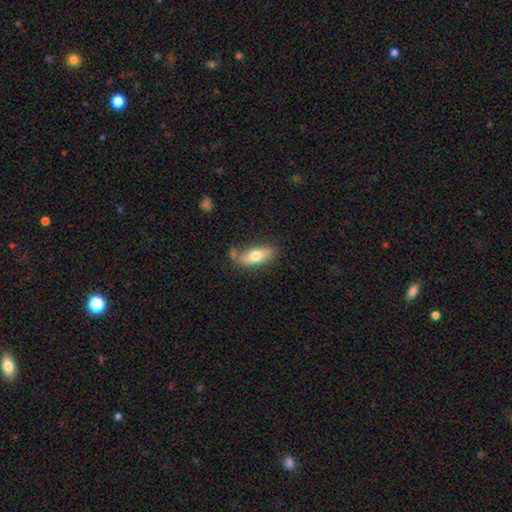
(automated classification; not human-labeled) smooth 70%, featured or disk 23%, star or artifact 7%. Down the decision tree: how rounded — in between (77%); merging — none (62%).